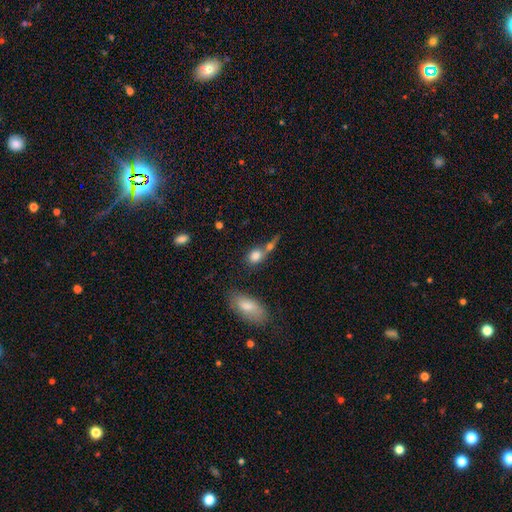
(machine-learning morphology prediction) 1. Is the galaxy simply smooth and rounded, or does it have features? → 80% smooth, 10% featured or disk, 10% star or artifact.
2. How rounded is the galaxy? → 58% in between, 36% round, 5% cigar-shaped.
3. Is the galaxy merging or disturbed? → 46% merger, 34% none, 12% minor disturbance, 8% major disturbance.